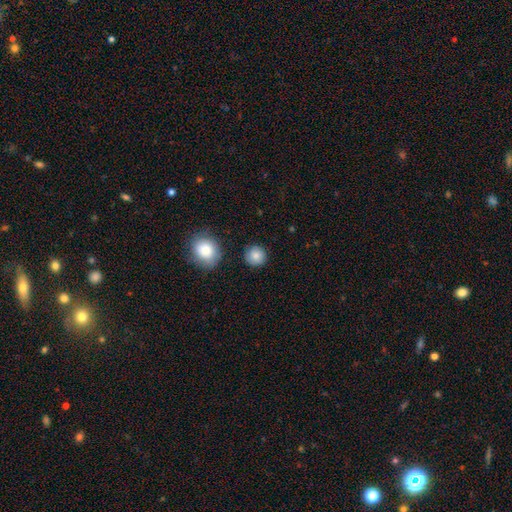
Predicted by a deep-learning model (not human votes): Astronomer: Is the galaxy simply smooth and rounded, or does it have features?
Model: smooth — 85%.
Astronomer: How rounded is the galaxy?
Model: round — 93%.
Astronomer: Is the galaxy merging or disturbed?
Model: none — 87%.